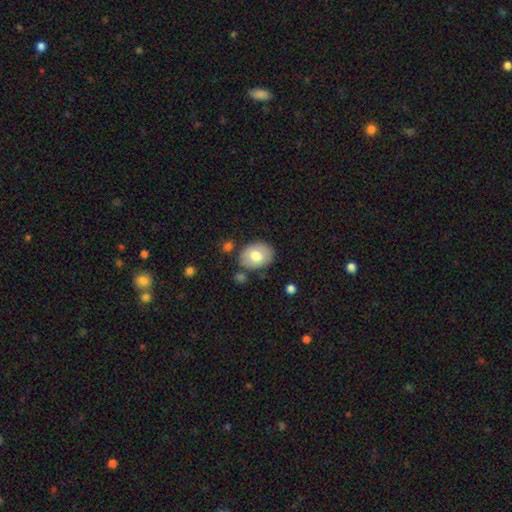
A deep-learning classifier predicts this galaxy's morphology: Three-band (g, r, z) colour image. It shows a smooth galaxy with no disk features (73%) that is in between round and cigar-shaped (66%). Merging: none (77%).